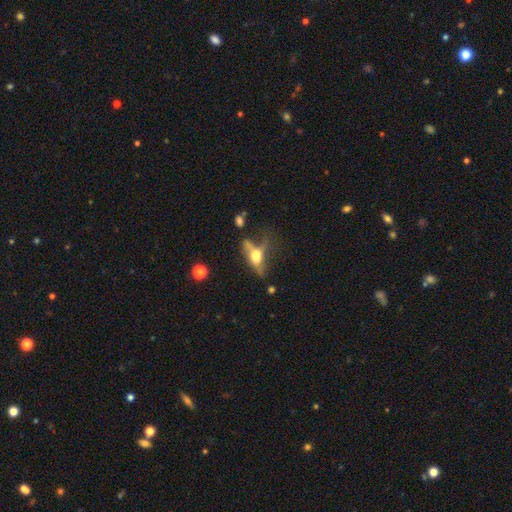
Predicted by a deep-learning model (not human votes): smooth_or_featured: featured or disk (p=0.51) [alt: smooth p=0.39]
disk_edge_on: yes (p=0.57) [alt: no p=0.43]
merging: none (p=0.36) [alt: major disturbance p=0.30]